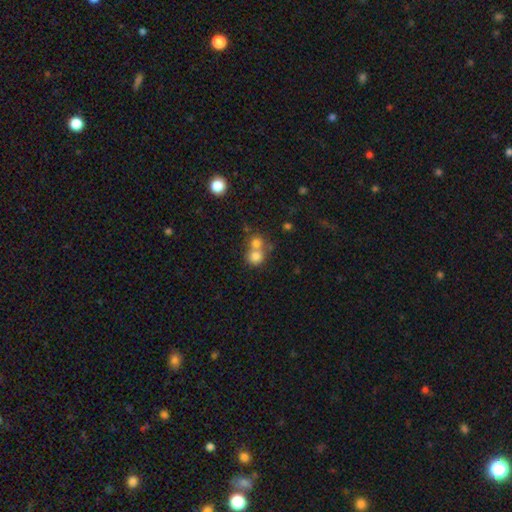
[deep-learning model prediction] Morphology: type=smooth (76%); roundness=round (85%); merging=merger (52%).